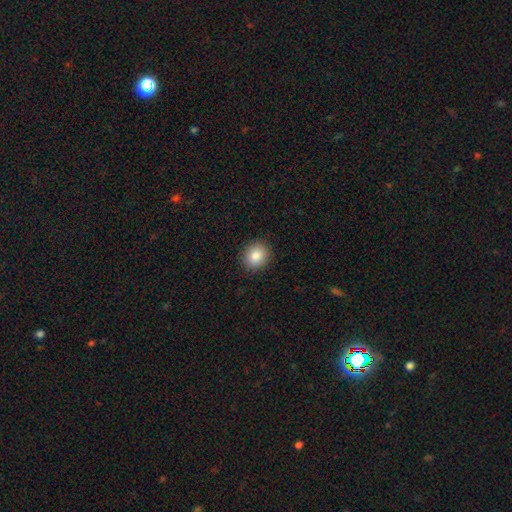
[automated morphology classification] Q: Smooth or featured?
A: smooth (86%); runner-up: star or artifact (9%)
Q: How rounded?
A: round (72%); runner-up: in between (27%)
Q: Merging?
A: none (91%); runner-up: minor disturbance (6%)